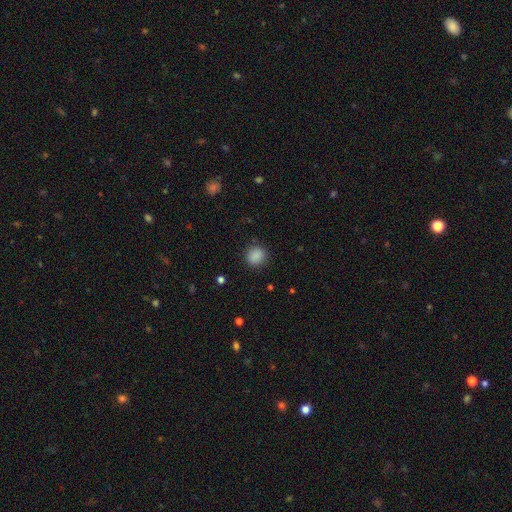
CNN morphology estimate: This appears to be a smooth galaxy with no disk features (87%) that is round (81%). Merging: none (88%).